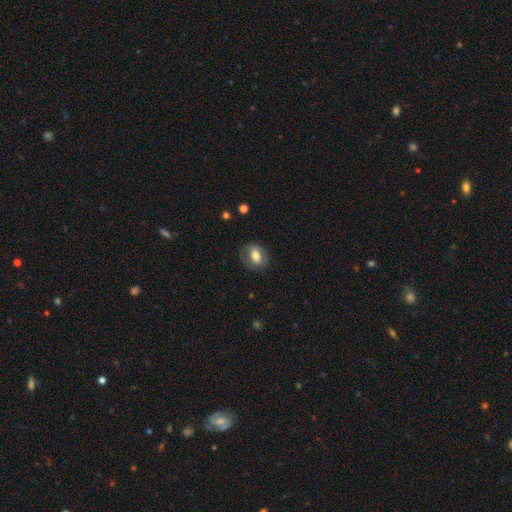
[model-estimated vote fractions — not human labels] smooth 60%, featured or disk 32%, star or artifact 8%. Down the decision tree: how rounded — in between (60%); merging — none (76%).